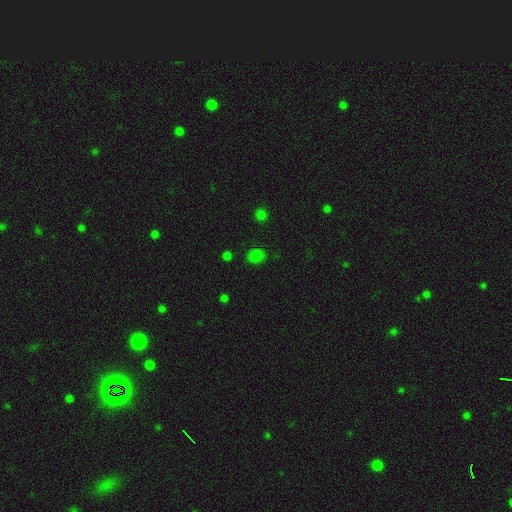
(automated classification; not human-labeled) Smooth or featured? Predicted: smooth (p=0.75). How rounded? Predicted: in between (p=0.51). Merging? Predicted: none (p=0.80).